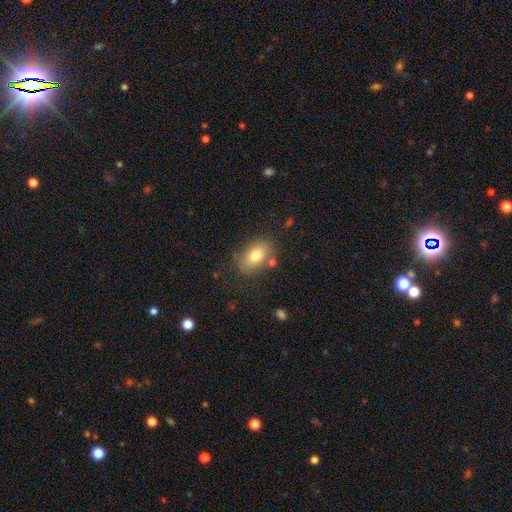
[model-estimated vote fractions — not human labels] smooth-or-featured: smooth: 77% | featured or disk: 14% | star or artifact: 9%
  how-rounded: in between: 87% | round: 11% | cigar-shaped: 2%
  merging: none: 75% | minor disturbance: 15% | merger: 6% | major disturbance: 4%